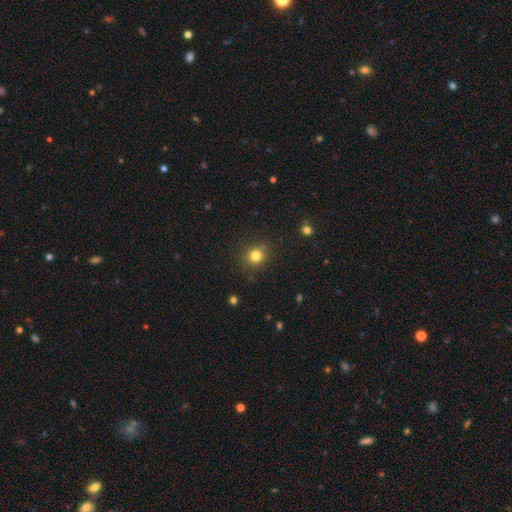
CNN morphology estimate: The model was most divided on "smooth or featured": smooth: 81%, star or artifact: 13%, featured or disk: 6%. More confident: merging — none (86%); how rounded — round (85%).